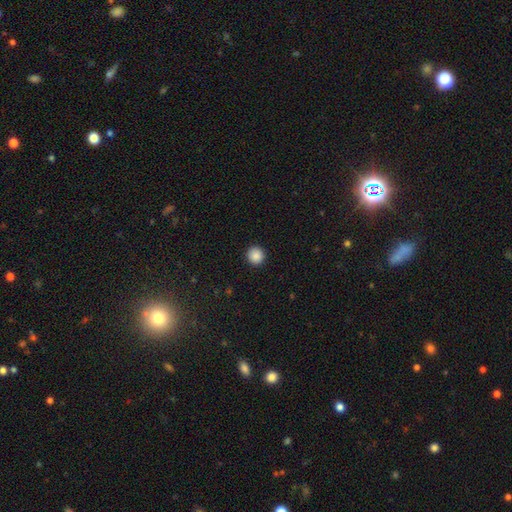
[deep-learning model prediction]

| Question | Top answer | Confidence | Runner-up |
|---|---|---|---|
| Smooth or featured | smooth | 88% | star or artifact (9%) |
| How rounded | round | 94% | in between (5%) |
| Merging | none | 92% | minor disturbance (5%) |